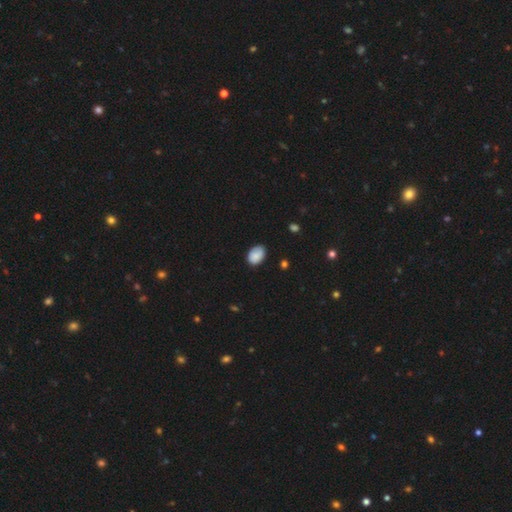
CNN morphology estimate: Q: Smooth or featured?
A: smooth (85%); runner-up: star or artifact (8%)
Q: How rounded?
A: in between (81%); runner-up: round (18%)
Q: Merging?
A: none (73%); runner-up: minor disturbance (22%)